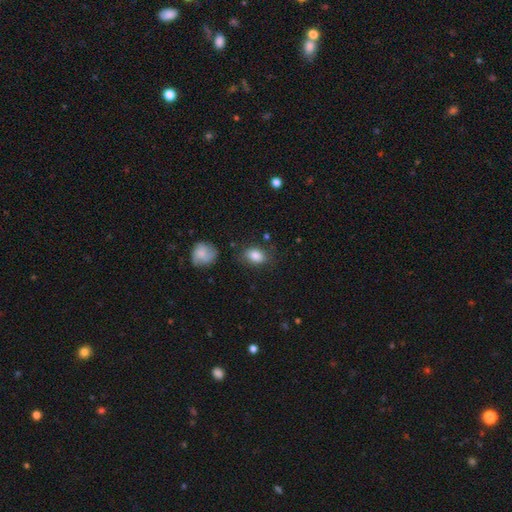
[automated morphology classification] smooth_or_featured: smooth (p=0.85) [alt: star or artifact p=0.09]
how_rounded: in between (p=0.76) [alt: round p=0.22]
merging: none (p=0.75) [alt: minor disturbance p=0.18]